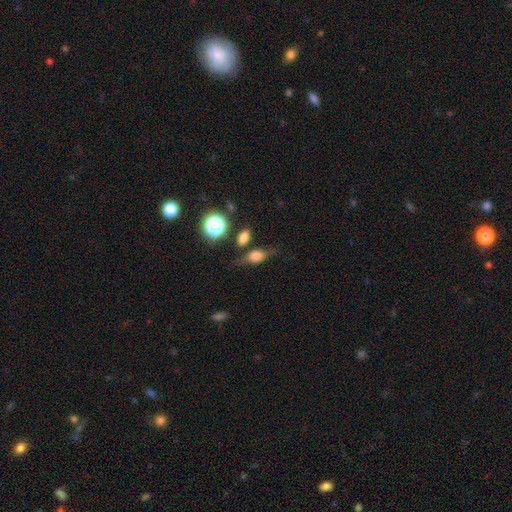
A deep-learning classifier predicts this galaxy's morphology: type=smooth (62%); roundness=in between (70%); merging=none (59%).